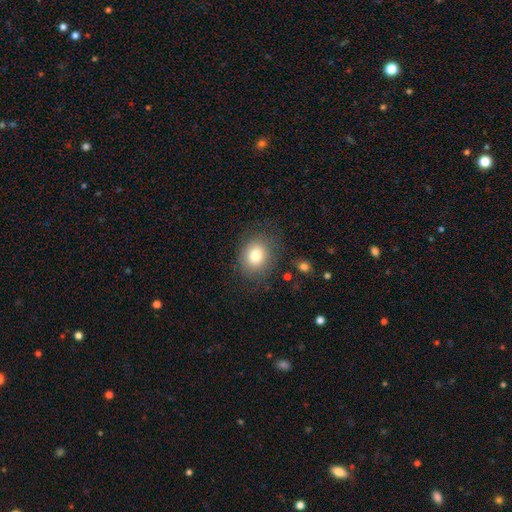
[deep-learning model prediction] Smooth or featured? Predicted: smooth (p=0.77). How rounded? Predicted: round (p=0.60). Merging? Predicted: none (p=0.77).